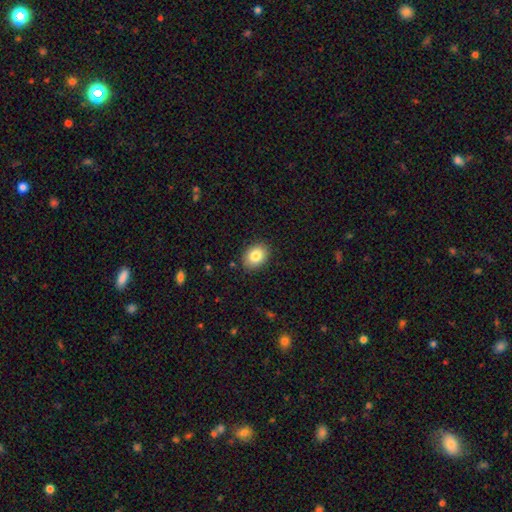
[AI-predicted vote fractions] This appears to be a smooth galaxy with no disk features (84%) that is in between round and cigar-shaped (69%). Merging: none (89%).